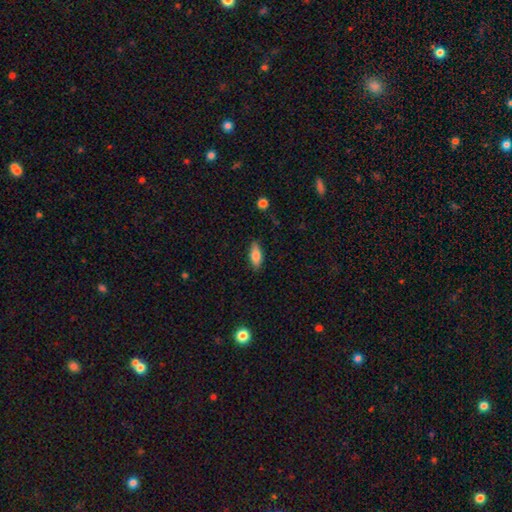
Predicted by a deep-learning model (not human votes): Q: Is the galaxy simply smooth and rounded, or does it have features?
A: smooth — 78%.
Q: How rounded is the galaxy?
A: in between — 77%.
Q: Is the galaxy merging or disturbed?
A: none — 83%.